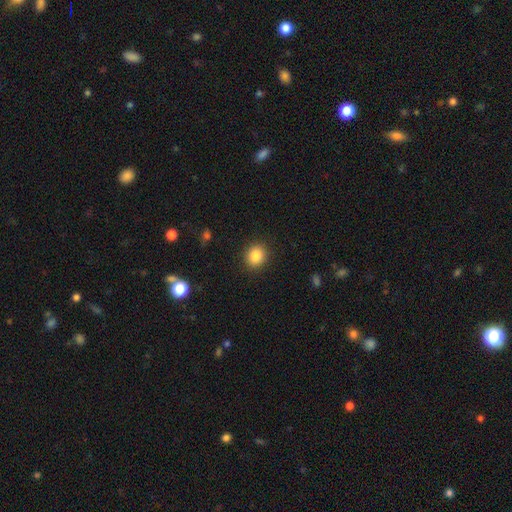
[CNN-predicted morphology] Overall: smooth (85%). How rounded: round (75%). Merging: none (90%).